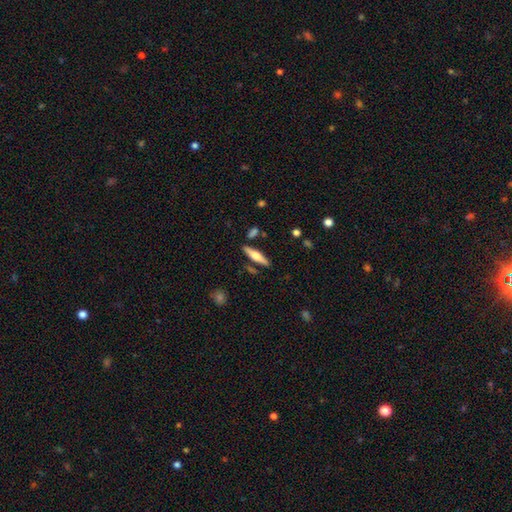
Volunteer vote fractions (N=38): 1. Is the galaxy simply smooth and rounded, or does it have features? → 61% featured or disk, 37% smooth, 3% star or artifact.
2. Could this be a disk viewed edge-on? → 87% yes, 13% no.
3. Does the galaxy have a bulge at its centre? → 90% rounded, 10% boxy, 0% none.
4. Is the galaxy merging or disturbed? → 89% none, 8% minor disturbance, 3% merger, 0% major disturbance.